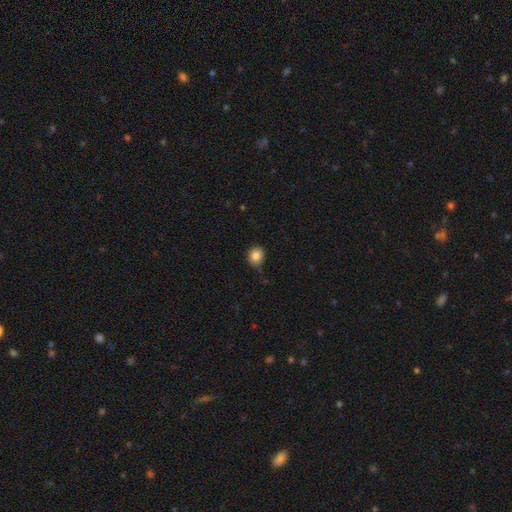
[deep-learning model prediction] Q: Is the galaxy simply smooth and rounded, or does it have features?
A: smooth — 85%.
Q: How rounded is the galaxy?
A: round — 77%.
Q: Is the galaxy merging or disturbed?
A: none — 77%.